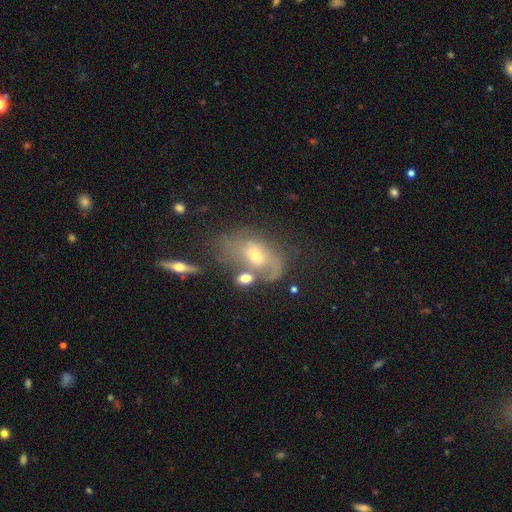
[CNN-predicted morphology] Q: Smooth or featured?
A: featured or disk (58%); runner-up: smooth (30%)
Q: Edge-on disk?
A: no (90%); runner-up: yes (10%)
Q: Bar?
A: no (74%); runner-up: weak (21%)
Q: Spiral arms?
A: yes (65%); runner-up: no (35%)
Q: Bulge size?
A: small (51%); runner-up: moderate (43%)
Q: Merging?
A: none (34%); runner-up: major disturbance (25%)